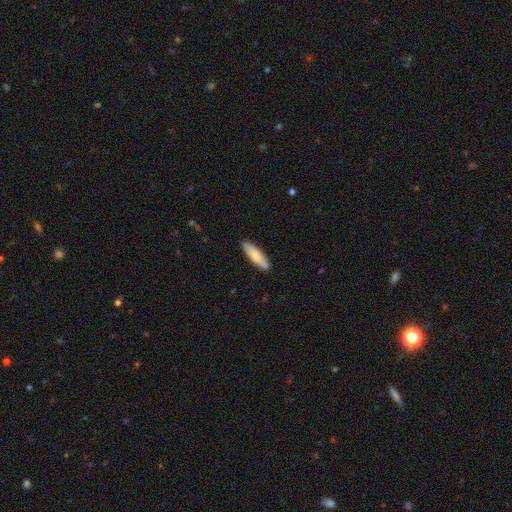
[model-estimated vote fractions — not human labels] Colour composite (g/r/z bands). It shows a smooth galaxy with no disk features (75%) that is cigar-shaped (67%). Merging: none (89%).